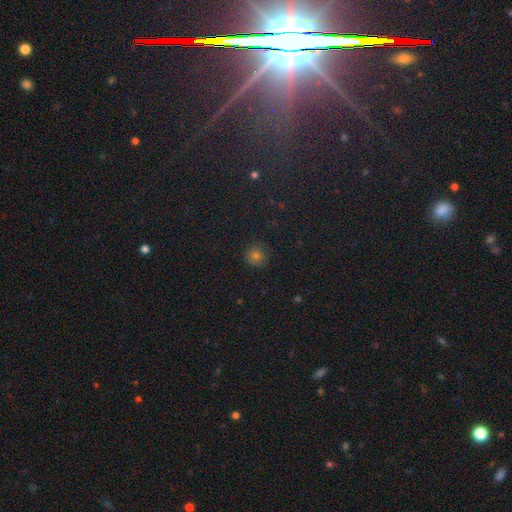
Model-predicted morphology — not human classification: smooth 75%, star or artifact 18%, featured or disk 7%. Down the decision tree: how rounded — round (94%); merging — none (88%).